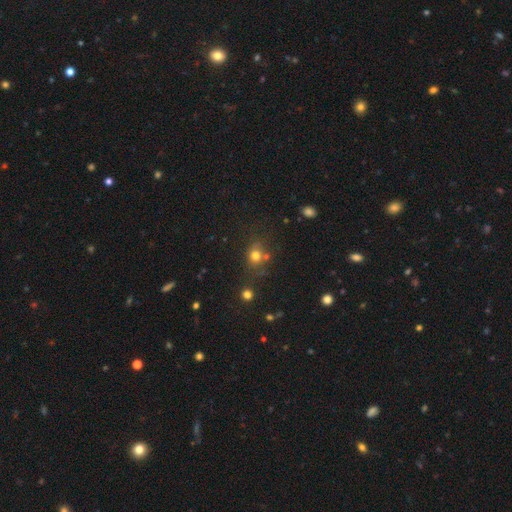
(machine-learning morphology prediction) A smooth galaxy with no disk features (74%) that is round (71%).

Vote fractions:
- Smooth or featured? smooth: 74% / star or artifact: 17% / featured or disk: 9%
- How rounded? round: 71% / in between: 27% / cigar-shaped: 1%
- Merging? none: 63% / minor disturbance: 16% / merger: 15% / major disturbance: 7%